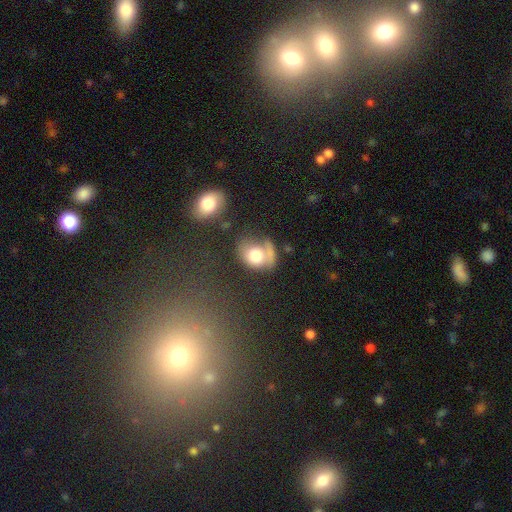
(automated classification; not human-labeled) Overall: smooth (66%). How rounded: in between (56%; round 43%). Merging: none (32%; major disturbance 24%).